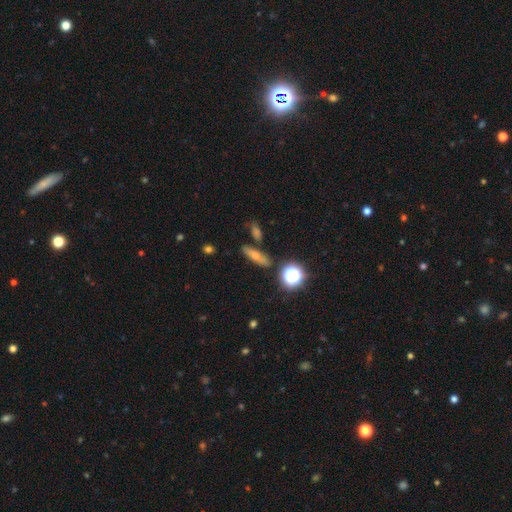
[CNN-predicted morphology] Q: Smooth or featured?
A: smooth (63%); runner-up: featured or disk (20%)
Q: How rounded?
A: cigar-shaped (52%); runner-up: in between (34%)
Q: Merging?
A: none (78%); runner-up: minor disturbance (12%)